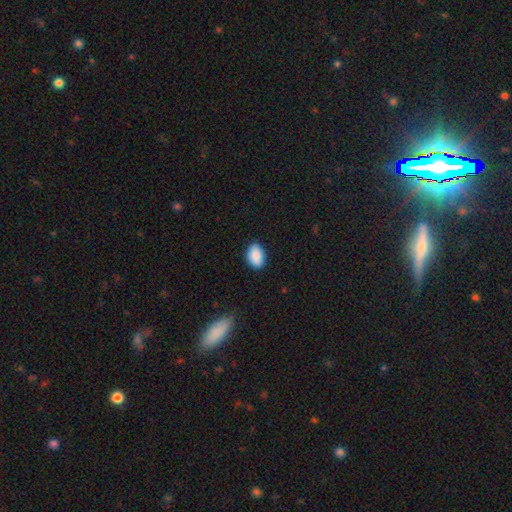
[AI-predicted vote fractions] The model was most divided on "merging": none: 86%, minor disturbance: 11%, major disturbance: 2%, merger: 1%. More confident: smooth or featured — smooth (88%); how rounded — in between (87%).